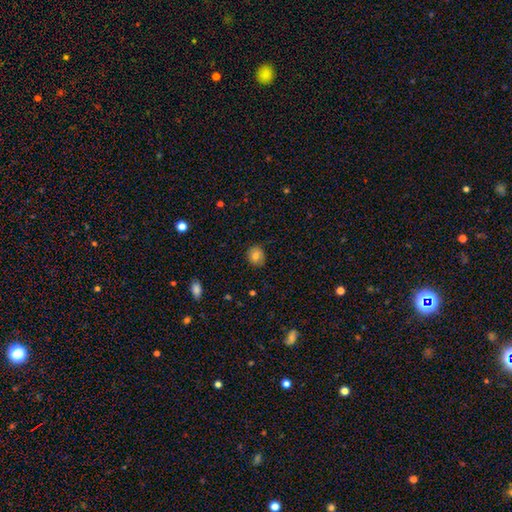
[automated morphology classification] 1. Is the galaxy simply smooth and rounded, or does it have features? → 78% smooth, 12% featured or disk, 10% star or artifact.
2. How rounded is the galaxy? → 72% round, 27% in between, 1% cigar-shaped.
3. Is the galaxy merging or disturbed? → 84% none, 12% minor disturbance, 2% major disturbance, 1% merger.